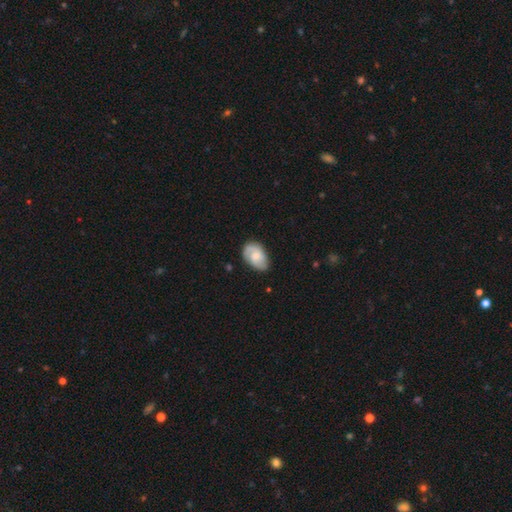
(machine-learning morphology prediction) A featured or disk galaxy (52%) with no bar (63%), spiral arms (87%) and a moderate central bulge (47%).

Vote fractions:
- Smooth or featured? featured or disk: 52% / smooth: 41% / star or artifact: 6%
- Edge-on disk? no: 96% / yes: 4%
- Bar? no: 63% / weak: 32% / strong: 4%
- Spiral arms? yes: 87% / no: 13%
- Bulge size? moderate: 47% / small: 37% / none: 8% / large: 6% / dominant: 1%
- Merging? none: 69% / minor disturbance: 23% / major disturbance: 6% / merger: 2%